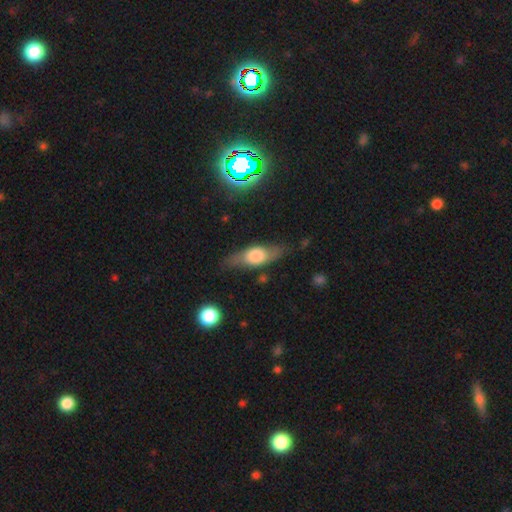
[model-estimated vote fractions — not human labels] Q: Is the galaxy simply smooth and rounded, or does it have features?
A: smooth — 51%.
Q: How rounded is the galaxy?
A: in between — 58%.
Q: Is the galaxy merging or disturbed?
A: none — 73%.